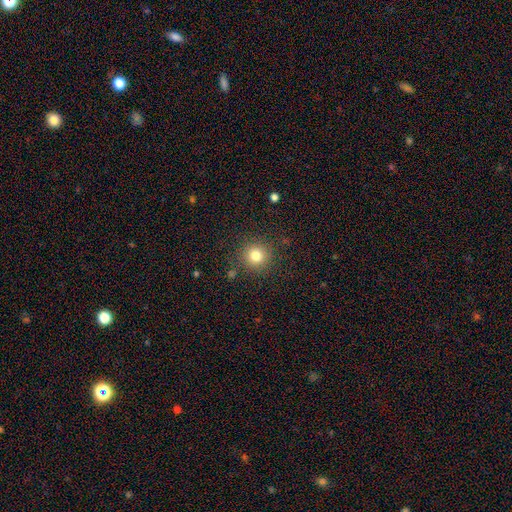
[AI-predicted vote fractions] A smooth galaxy with no disk features (79%) that is round (94%).

Vote fractions:
- Smooth or featured? smooth: 79% / star or artifact: 13% / featured or disk: 7%
- How rounded? round: 94% / in between: 5% / cigar-shaped: 1%
- Merging? none: 88% / minor disturbance: 7% / major disturbance: 3% / merger: 2%